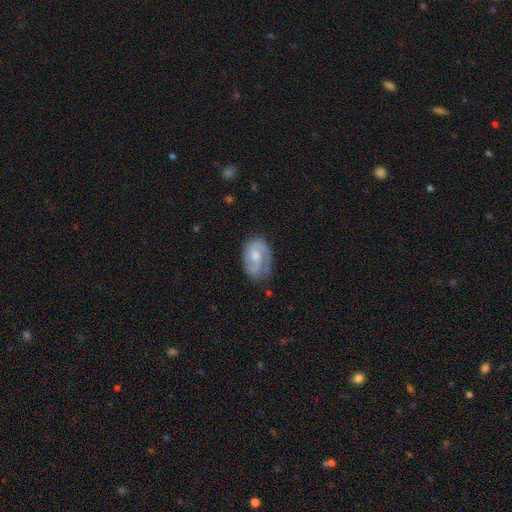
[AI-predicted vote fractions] Smooth or featured: featured or disk — 76% (smooth — 18%)
Edge-on disk: no — 97% (yes — 3%)
Bar: no — 49% (weak — 43%)
Spiral arms: yes — 93% (no — 7%)
Spiral winding: medium — 47% (tight — 38%)
Spiral arm count: 2 — 76% (1 — 11%)
Bulge size: moderate — 49% (small — 33%)
Merging: none — 67% (minor disturbance — 22%)